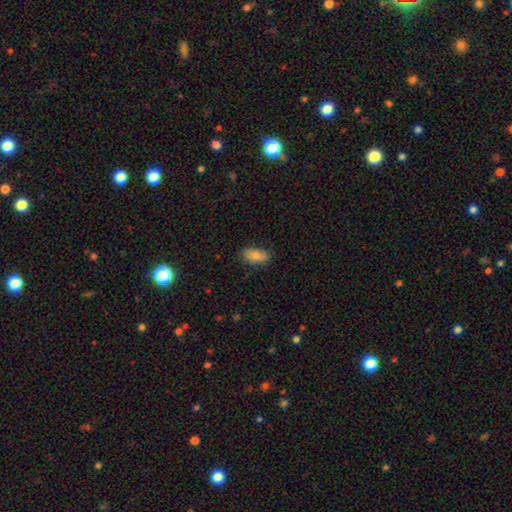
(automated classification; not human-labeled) Smooth or featured?
  - smooth: 82% *
  - featured or disk: 10%
  - star or artifact: 7%
How rounded?
  - in between: 92% *
  - round: 4%
  - cigar-shaped: 4%
Merging?
  - none: 78% *
  - minor disturbance: 18%
  - major disturbance: 3%
  - merger: 1%